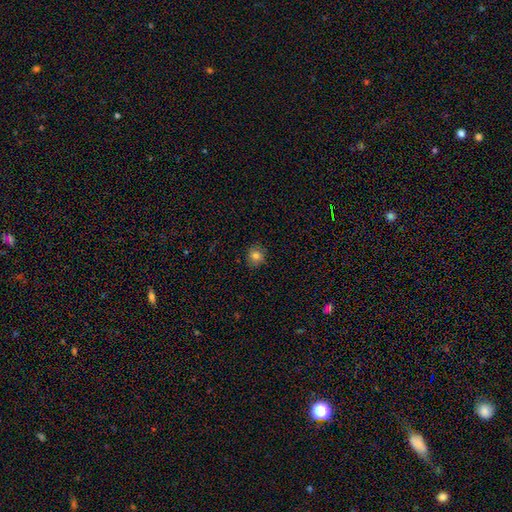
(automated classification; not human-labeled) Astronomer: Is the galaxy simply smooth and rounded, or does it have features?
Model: smooth — 81%.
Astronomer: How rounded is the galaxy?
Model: round — 81%.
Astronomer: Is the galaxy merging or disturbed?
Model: none — 85%.